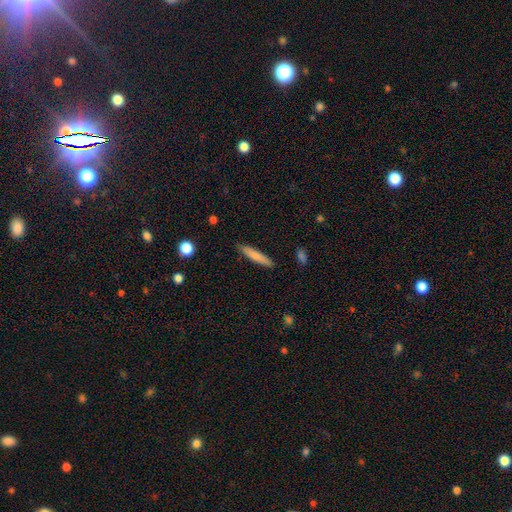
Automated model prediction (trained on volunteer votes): Smooth or featured?
  - smooth: 77% *
  - featured or disk: 16%
  - star or artifact: 6%
How rounded?
  - cigar-shaped: 92% *
  - in between: 7%
  - round: 1%
Merging?
  - none: 89% *
  - minor disturbance: 8%
  - major disturbance: 2%
  - merger: 1%